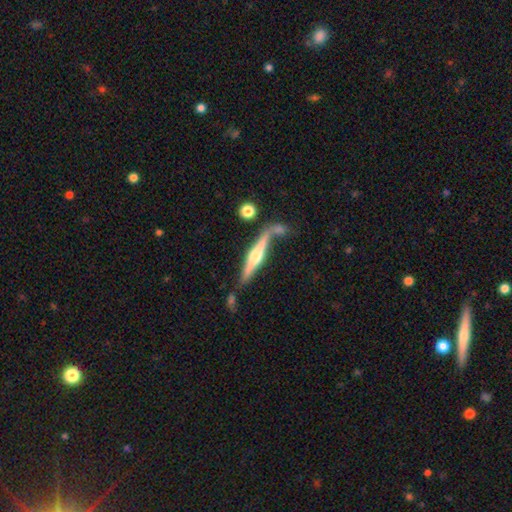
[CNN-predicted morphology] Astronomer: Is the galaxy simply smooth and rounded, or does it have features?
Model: featured or disk — 73%.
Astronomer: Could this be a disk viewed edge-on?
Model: yes — 96%.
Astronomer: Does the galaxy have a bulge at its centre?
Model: rounded — 89%.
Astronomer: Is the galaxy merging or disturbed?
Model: none — 62%.